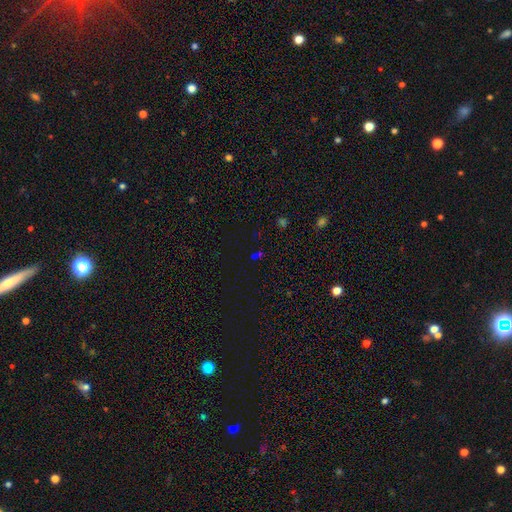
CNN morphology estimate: This is possibly a star or artifact rather than a galaxy (57%).